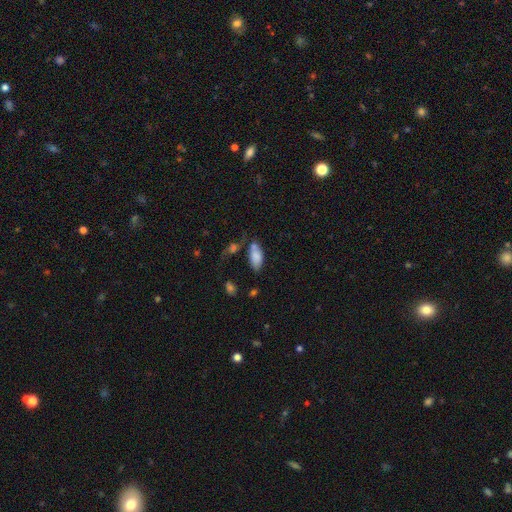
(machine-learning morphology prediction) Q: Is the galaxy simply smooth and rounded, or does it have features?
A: smooth — 82%.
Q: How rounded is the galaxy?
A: in between — 88%.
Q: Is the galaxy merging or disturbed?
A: none — 49%.